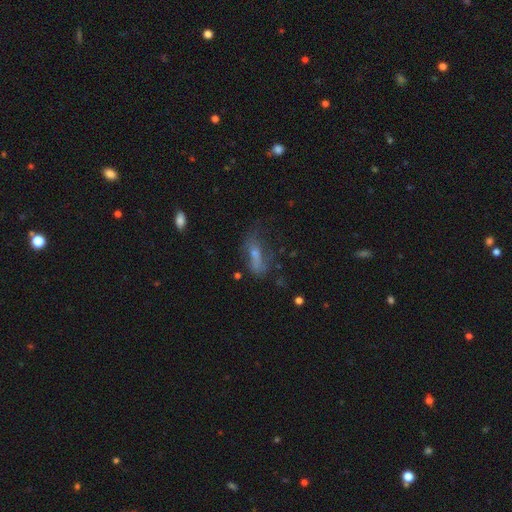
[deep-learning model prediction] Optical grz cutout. It shows a smooth galaxy with no disk features (49%). Merging: none (39%).